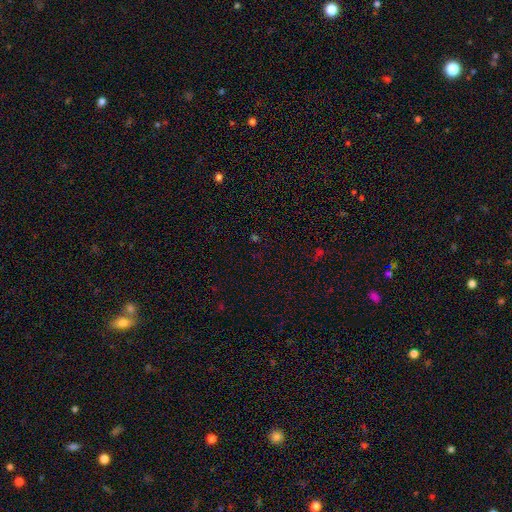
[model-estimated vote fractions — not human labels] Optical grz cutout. It shows a star or artifact, not a galaxy (62%).